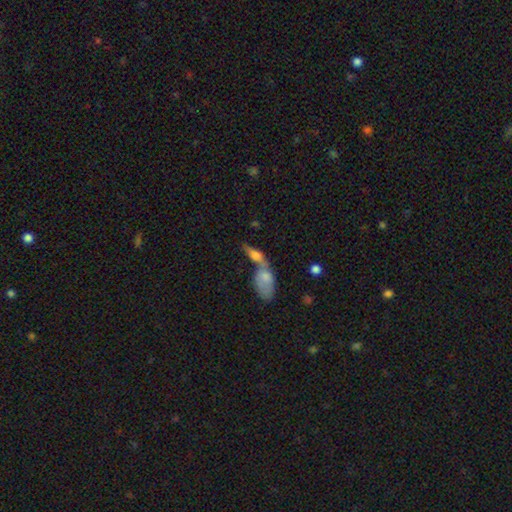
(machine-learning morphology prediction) A smooth galaxy with no disk features (61%) that is in between round and cigar-shaped (70%). Merging: merger (68%).